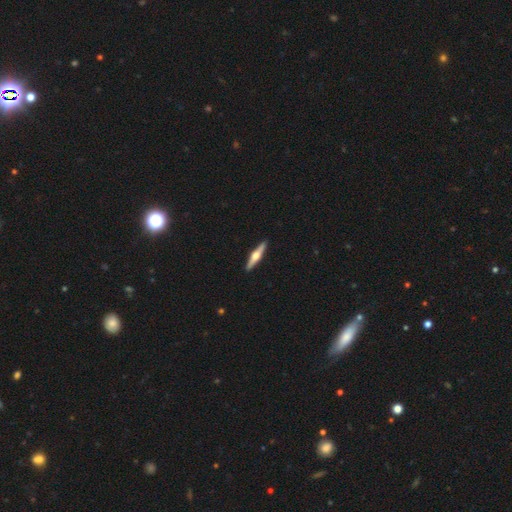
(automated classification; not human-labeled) This is likely a featured or disk galaxy (69%). It is clearly viewed edge-on (98%). Edge-on bulge: clearly rounded (93%). Merging: clearly none (92%).